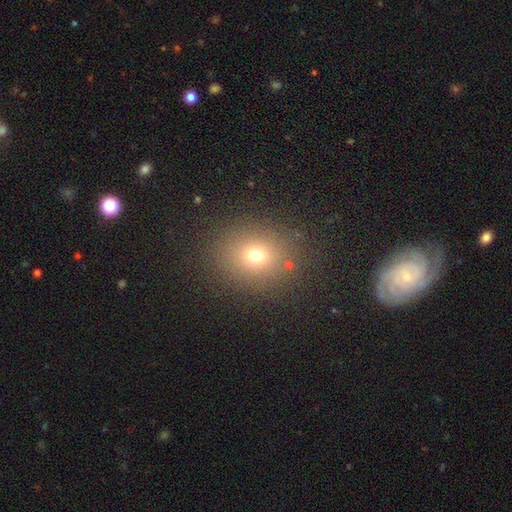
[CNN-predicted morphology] Smooth or featured?
  - smooth: 70% *
  - star or artifact: 20%
  - featured or disk: 10%
How rounded?
  - round: 72% *
  - in between: 27%
  - cigar-shaped: 1%
Merging?
  - none: 85% *
  - minor disturbance: 8%
  - major disturbance: 5%
  - merger: 2%